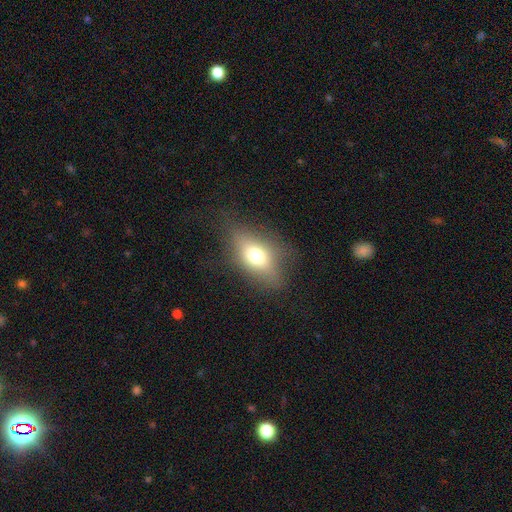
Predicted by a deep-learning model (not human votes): Smooth or featured? smooth (65%)
How rounded? in between (76%)
Merging? none (68%)